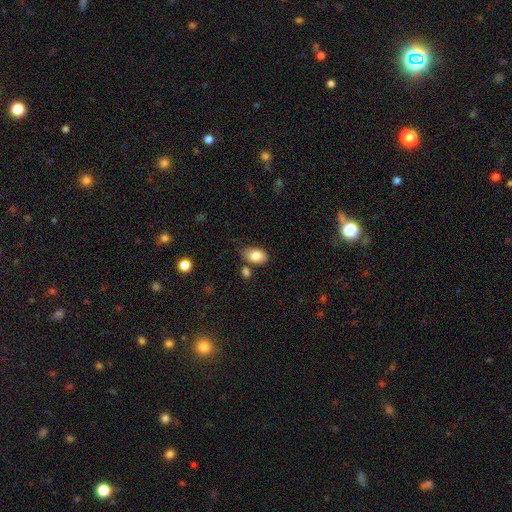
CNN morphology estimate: Smooth or featured? smooth (84%)
How rounded? in between (89%)
Merging? none (65%)